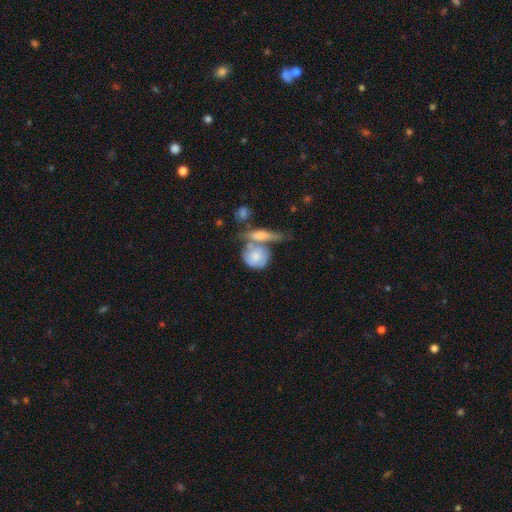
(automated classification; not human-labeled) Smooth or featured? smooth (57%)
How rounded? round (63%)
Merging? merger (48%)